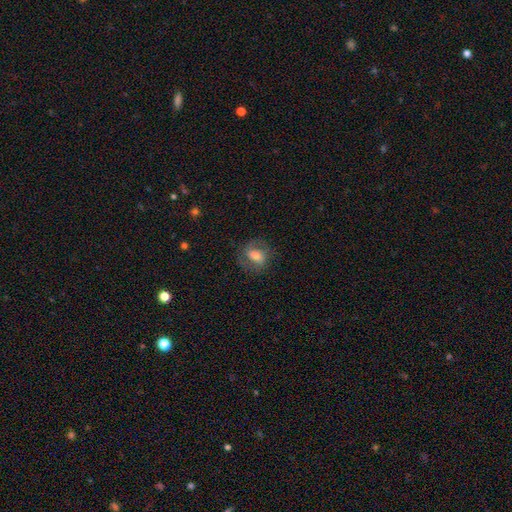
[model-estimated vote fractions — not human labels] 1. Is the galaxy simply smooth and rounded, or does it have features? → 47% smooth, 44% featured or disk, 9% star or artifact.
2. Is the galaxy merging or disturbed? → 73% none, 16% minor disturbance, 9% major disturbance, 1% merger.